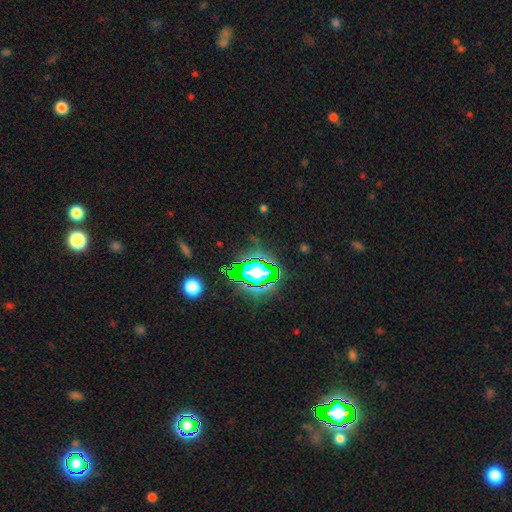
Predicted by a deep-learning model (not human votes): star or artifact 81%, smooth 11%, featured or disk 7%.